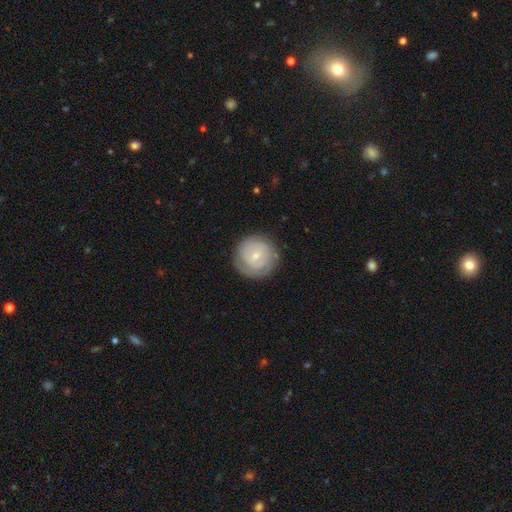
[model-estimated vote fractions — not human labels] Smooth or featured: featured or disk — 50% (smooth — 44%)
Merging: none — 78% (minor disturbance — 15%)